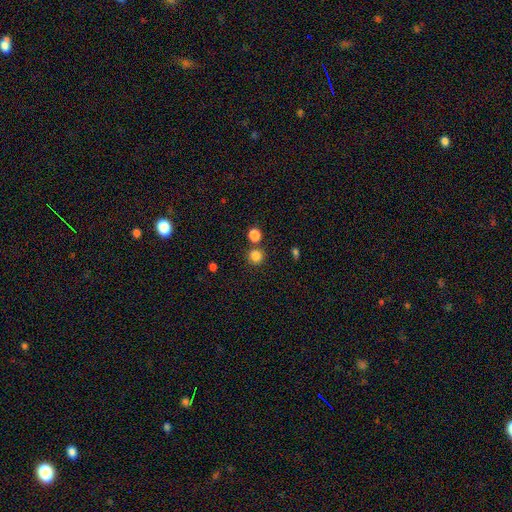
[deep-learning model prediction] This is clearly a smooth galaxy (84%). How rounded: clearly round (90%). Merging: likely none (73%).